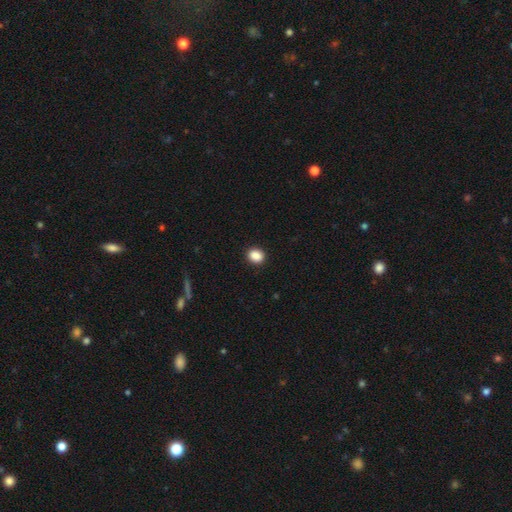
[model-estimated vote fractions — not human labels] Smooth or featured: smooth — 89% (star or artifact — 9%)
How rounded: round — 55% (in between — 44%)
Merging: none — 91% (minor disturbance — 6%)